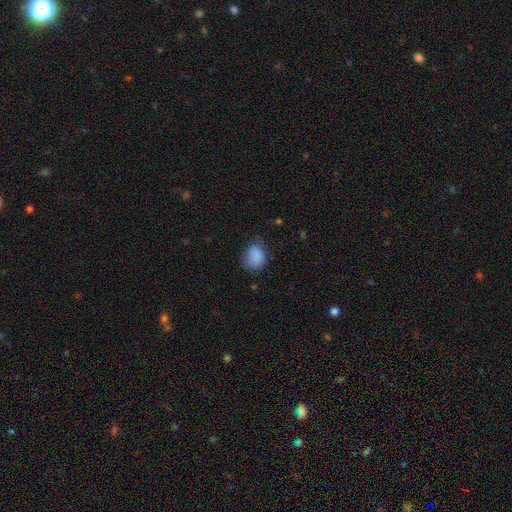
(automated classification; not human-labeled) smooth-or-featured: smooth: 85% | star or artifact: 9% | featured or disk: 6%
  how-rounded: in between: 51% | round: 48% | cigar-shaped: 1%
  merging: none: 60% | minor disturbance: 29% | major disturbance: 9% | merger: 2%